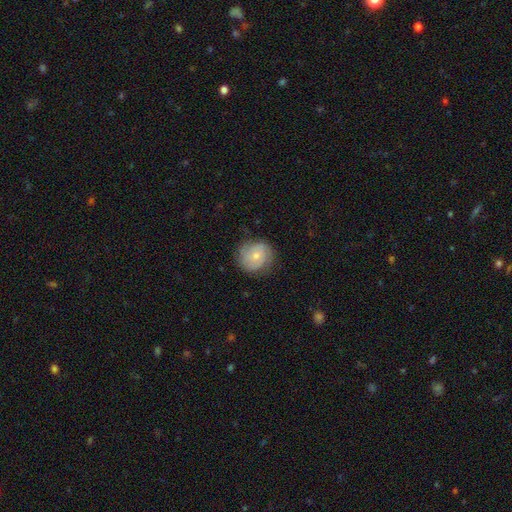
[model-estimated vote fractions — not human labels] Smooth or featured? featured or disk (51%)
Edge-on disk? no (97%)
Merging? none (76%)